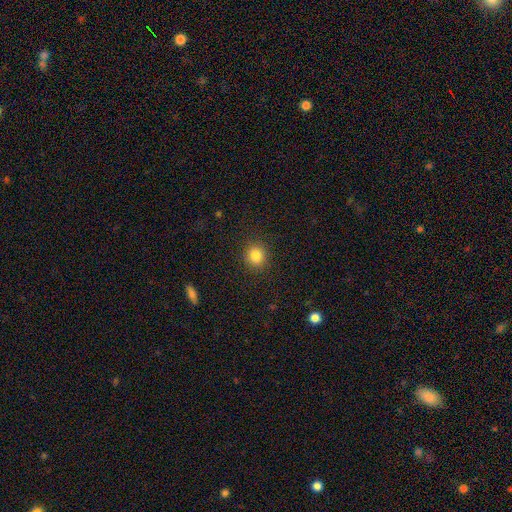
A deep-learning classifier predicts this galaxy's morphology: Overall: smooth (84%). How rounded: round (87%). Merging: none (91%).